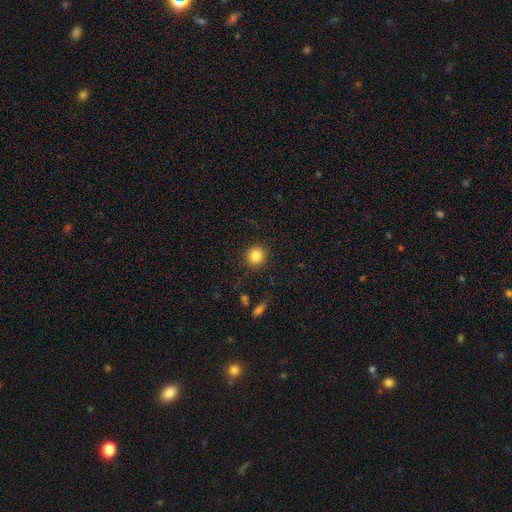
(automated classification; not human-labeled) This appears to be a smooth galaxy with no disk features (84%) that is round (91%). Merging: none (90%).